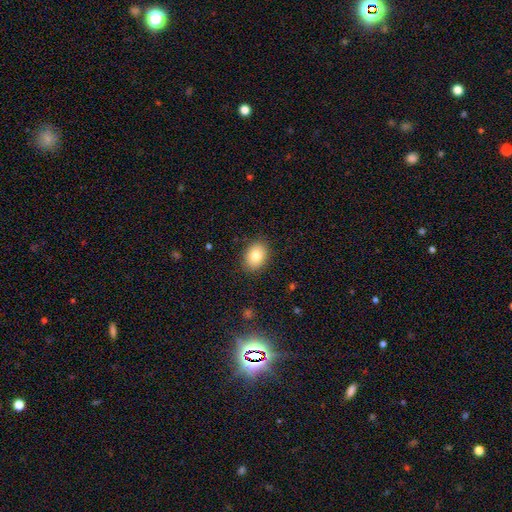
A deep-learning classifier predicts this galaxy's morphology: Q: Smooth or featured?
A: smooth (82%); runner-up: featured or disk (9%)
Q: How rounded?
A: in between (62%); runner-up: round (37%)
Q: Merging?
A: none (88%); runner-up: minor disturbance (9%)